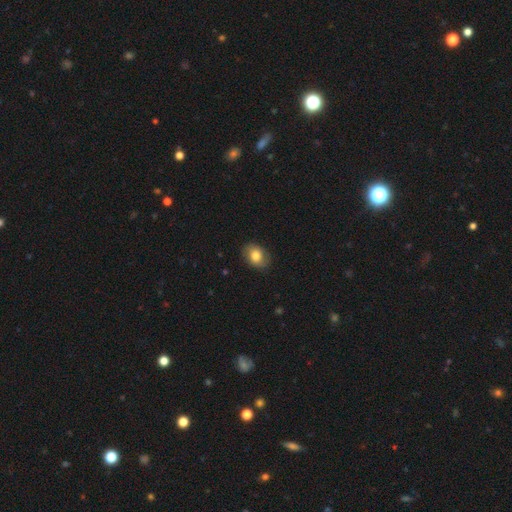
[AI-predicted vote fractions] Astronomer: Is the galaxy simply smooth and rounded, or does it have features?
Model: smooth — 76%.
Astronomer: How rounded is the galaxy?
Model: in between — 67%.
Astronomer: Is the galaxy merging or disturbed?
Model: none — 82%.